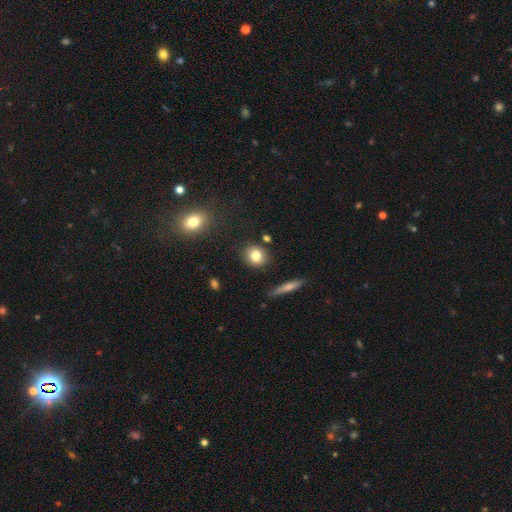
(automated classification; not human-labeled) A smooth galaxy with no disk features (80%) that is round (72%).

Vote fractions:
- Smooth or featured? smooth: 80% / featured or disk: 10% / star or artifact: 10%
- How rounded? round: 72% / in between: 26% / cigar-shaped: 2%
- Merging? none: 84% / minor disturbance: 9% / merger: 4% / major disturbance: 3%